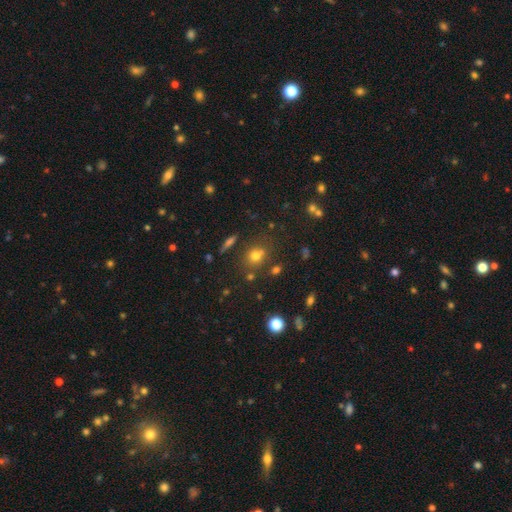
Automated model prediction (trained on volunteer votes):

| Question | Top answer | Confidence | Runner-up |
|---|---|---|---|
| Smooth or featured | smooth | 68% | star or artifact (20%) |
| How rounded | round | 68% | in between (30%) |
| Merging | none | 67% | minor disturbance (14%) |